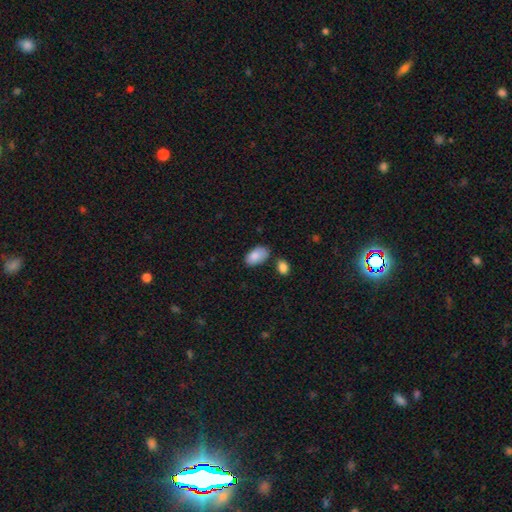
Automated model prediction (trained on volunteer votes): Morphology: type=smooth (85%); roundness=in between (94%); merging=none (65%).